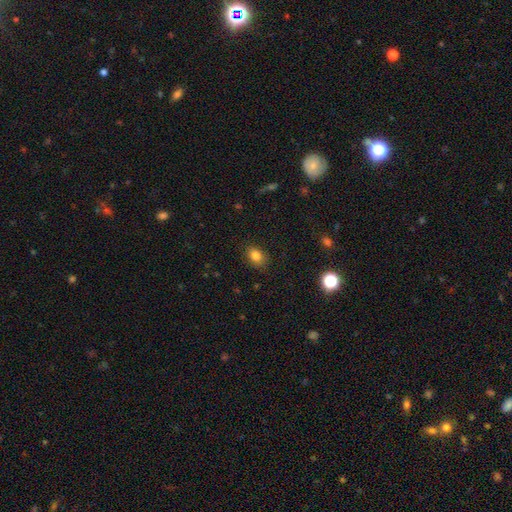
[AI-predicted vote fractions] Smooth or featured?
  - smooth: 82% *
  - star or artifact: 11%
  - featured or disk: 7%
How rounded?
  - in between: 70% *
  - round: 29%
  - cigar-shaped: 1%
Merging?
  - none: 84% *
  - minor disturbance: 12%
  - major disturbance: 3%
  - merger: 1%